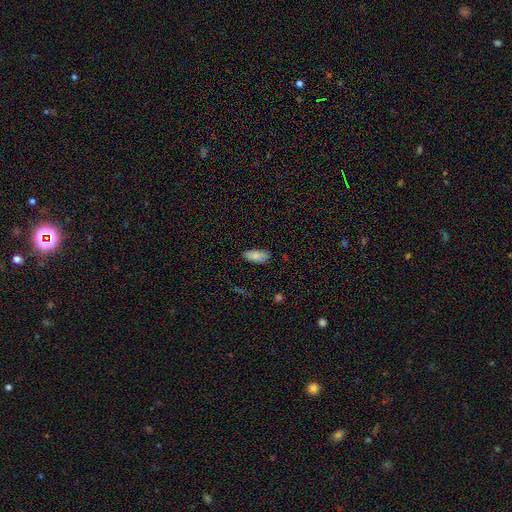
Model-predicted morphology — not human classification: Q: Smooth or featured?
A: smooth (85%); runner-up: star or artifact (8%)
Q: How rounded?
A: in between (86%); runner-up: cigar-shaped (12%)
Q: Merging?
A: none (79%); runner-up: minor disturbance (16%)